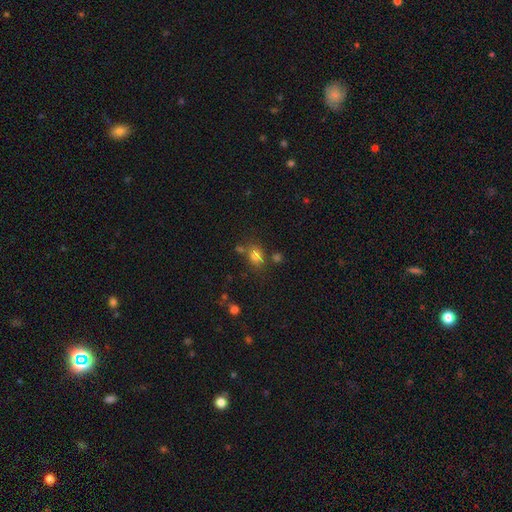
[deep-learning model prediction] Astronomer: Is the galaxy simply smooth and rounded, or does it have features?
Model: smooth — 74%.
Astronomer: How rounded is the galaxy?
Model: in between — 53% (runner-up: round, 45%).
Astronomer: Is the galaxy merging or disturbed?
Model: none — 65%.